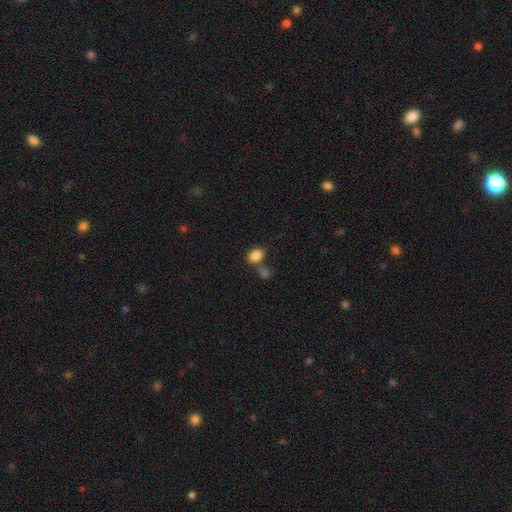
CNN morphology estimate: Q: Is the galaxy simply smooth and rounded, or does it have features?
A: smooth — 85%.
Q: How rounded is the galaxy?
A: in between — 65%.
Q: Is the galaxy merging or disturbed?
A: none — 45%.